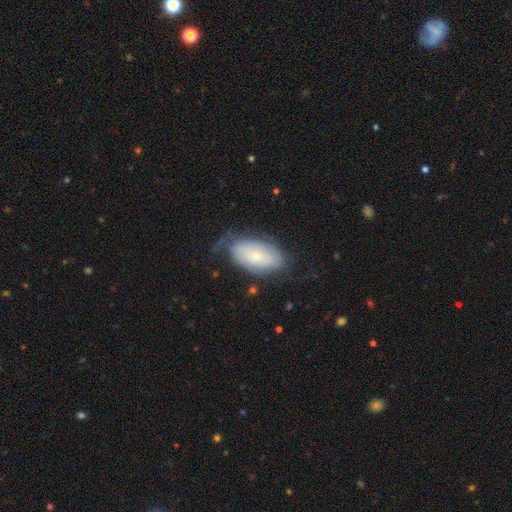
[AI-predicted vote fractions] Smooth or featured? Predicted: smooth (p=0.53). How rounded? Predicted: in between (p=0.93). Merging? Predicted: none (p=0.57).